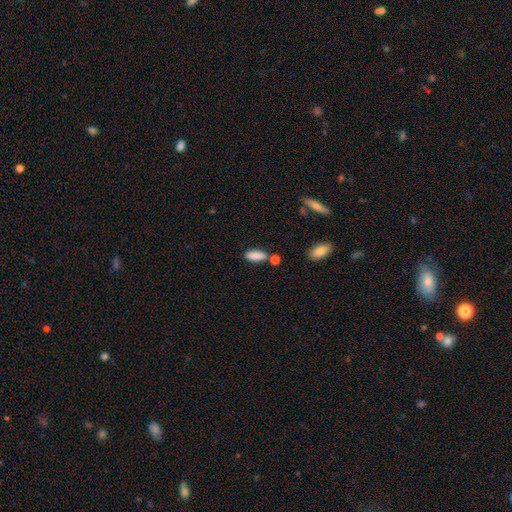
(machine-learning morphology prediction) A smooth galaxy with no disk features (86%) that is in between round and cigar-shaped (73%). Merging: none (70%).